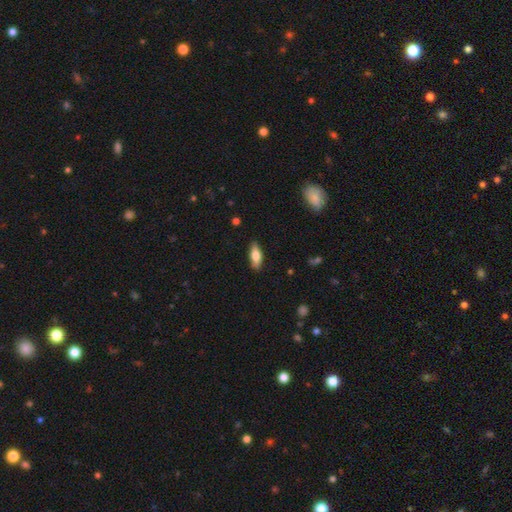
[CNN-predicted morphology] smooth 72%, featured or disk 22%, star or artifact 6%. Down the decision tree: how rounded — in between (71%); merging — none (84%).